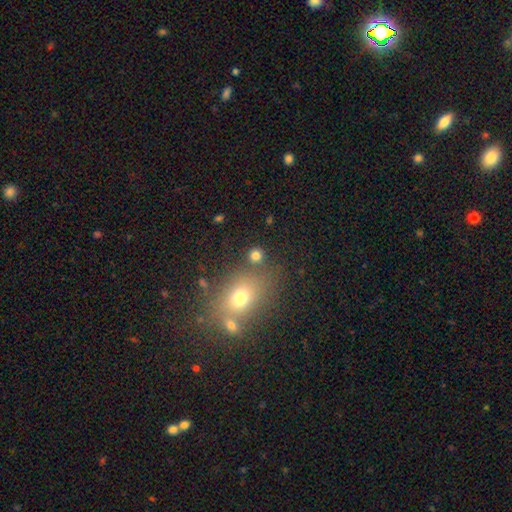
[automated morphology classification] Smooth or featured?
  - smooth: 78% *
  - star or artifact: 15%
  - featured or disk: 7%
How rounded?
  - round: 83% *
  - in between: 16%
  - cigar-shaped: 1%
Merging?
  - none: 76% *
  - merger: 13%
  - minor disturbance: 8%
  - major disturbance: 4%